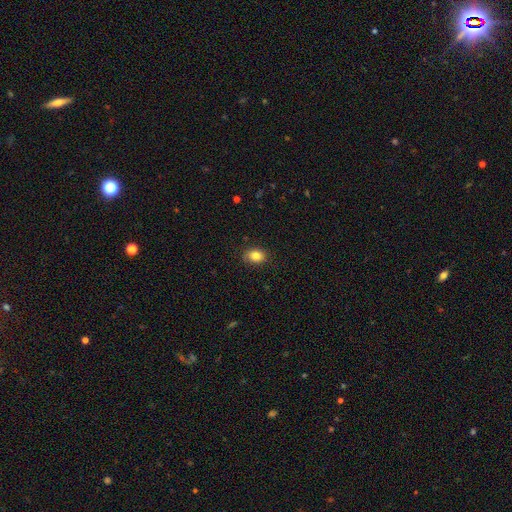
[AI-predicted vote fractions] Smooth or featured: smooth — 84% (star or artifact — 9%)
How rounded: in between — 71% (round — 27%)
Merging: none — 80% (minor disturbance — 16%)